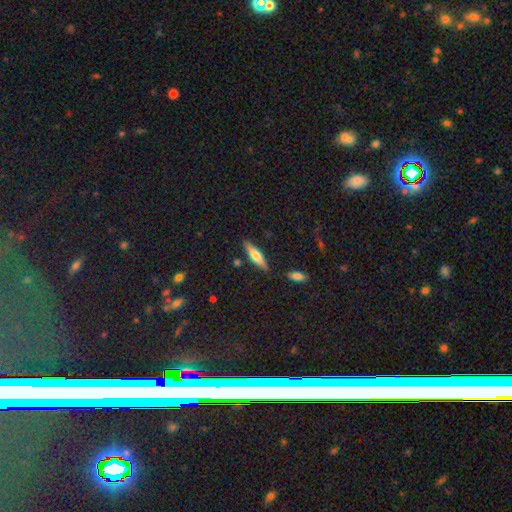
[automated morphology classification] Smooth or featured? Predicted: smooth (p=0.50). Merging? Predicted: none (p=0.85).